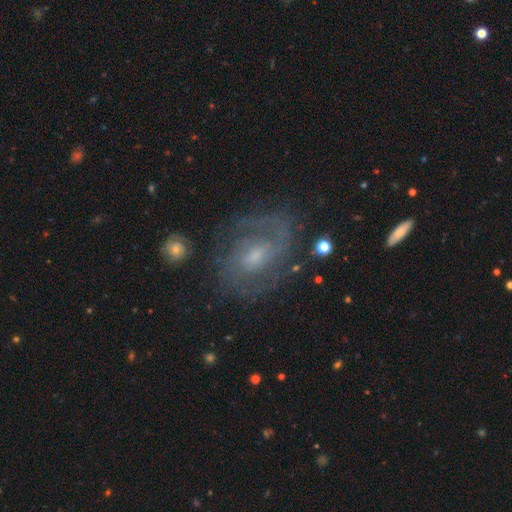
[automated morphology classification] type=featured or disk (81%); edge-on=no (97%); bar=weak (49%); spiral arms=yes (92%); winding=medium (44%); arm count=2 (59%); bulge=small (51%); merging=none (73%).